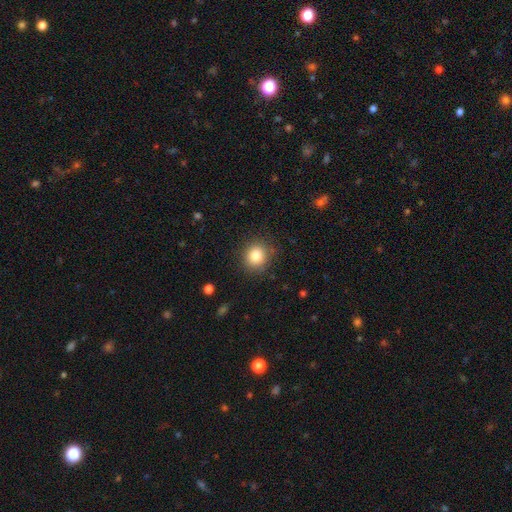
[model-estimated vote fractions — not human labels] This appears to be a smooth galaxy with no disk features (83%) that is round (85%). Merging: none (86%).